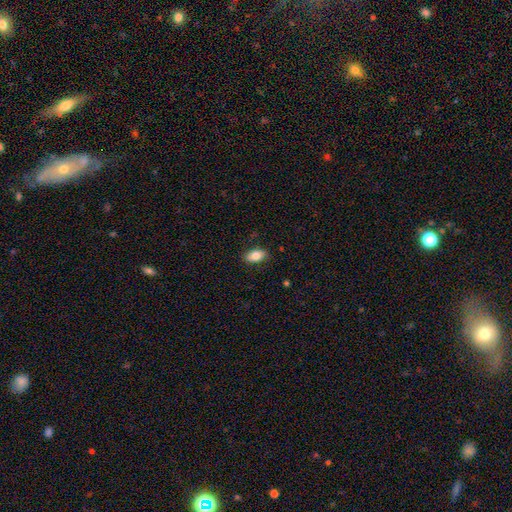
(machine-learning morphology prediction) smooth_or_featured: smooth (p=0.81) [alt: featured or disk p=0.11]
how_rounded: in between (p=0.91) [alt: round p=0.06]
merging: none (p=0.85) [alt: minor disturbance p=0.12]